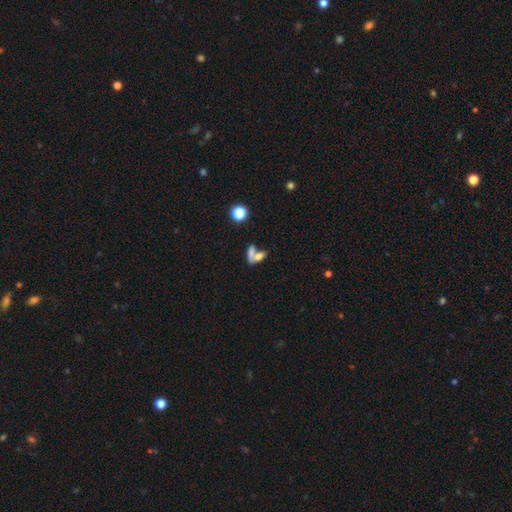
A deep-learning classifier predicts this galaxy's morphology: type=smooth (67%); roundness=in between (66%); merging=merger (58%).